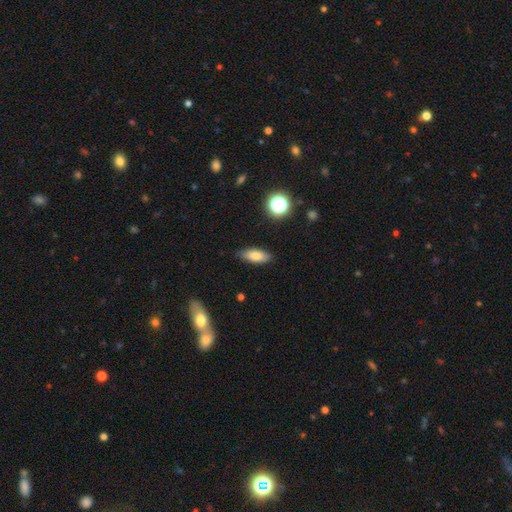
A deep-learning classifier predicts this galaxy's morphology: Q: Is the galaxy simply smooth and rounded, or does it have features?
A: smooth — 76%.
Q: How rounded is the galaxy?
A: in between — 76%.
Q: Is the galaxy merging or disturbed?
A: none — 84%.